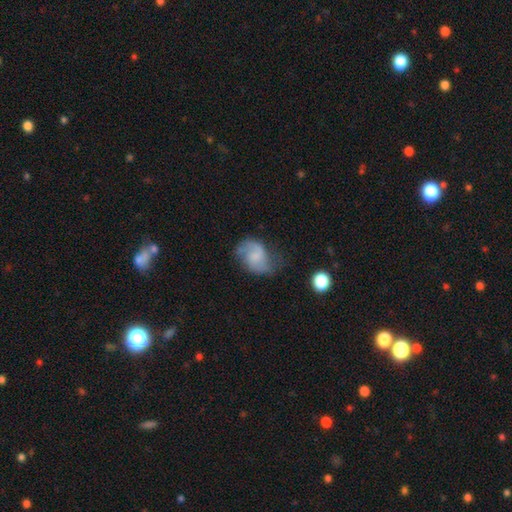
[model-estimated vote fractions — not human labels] Smooth or featured: featured or disk — 55% (smooth — 37%)
Edge-on disk: no — 98% (yes — 2%)
Bar: no — 55% (weak — 38%)
Spiral arms: yes — 88% (no — 12%)
Bulge size: none — 41% (small — 30%)
Merging: none — 50% (minor disturbance — 29%)